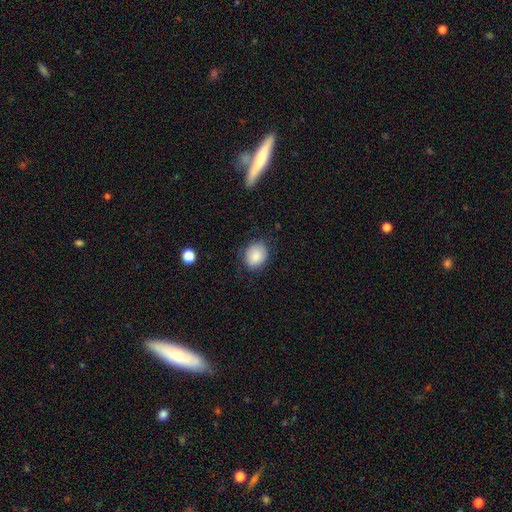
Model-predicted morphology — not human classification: smooth 86%, star or artifact 8%, featured or disk 6%. Down the decision tree: how rounded — round (52%); merging — none (80%).